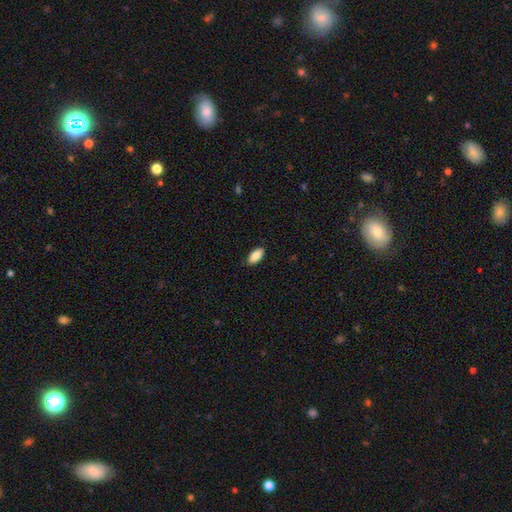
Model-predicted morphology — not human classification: type=smooth (89%); roundness=in between (90%); merging=none (86%).